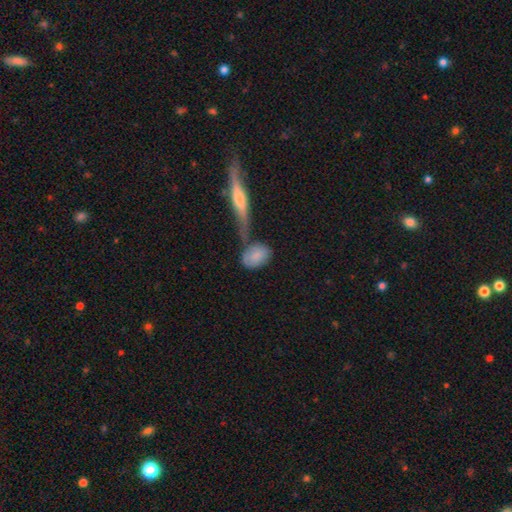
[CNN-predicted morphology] Smooth or featured? smooth (79%)
How rounded? in between (75%)
Merging? none (46%)